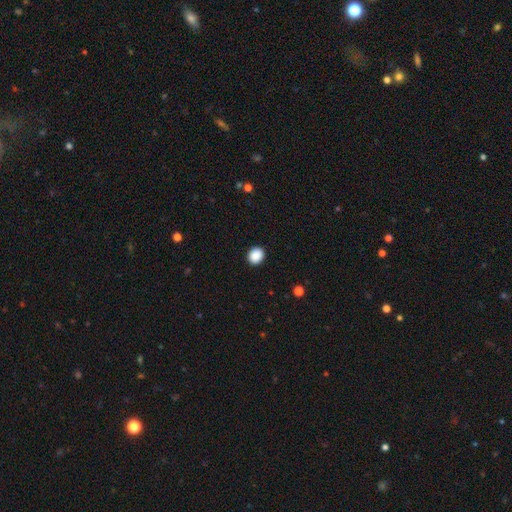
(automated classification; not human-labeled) smooth_or_featured: smooth (p=0.89) [alt: star or artifact p=0.09]
how_rounded: round (p=0.73) [alt: in between p=0.26]
merging: none (p=0.92) [alt: minor disturbance p=0.06]